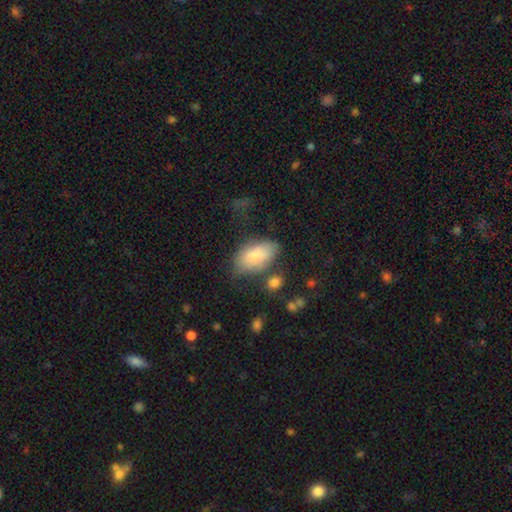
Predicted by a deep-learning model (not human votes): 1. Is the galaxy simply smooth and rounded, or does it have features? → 81% smooth, 12% featured or disk, 7% star or artifact.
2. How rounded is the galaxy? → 93% in between, 4% round, 2% cigar-shaped.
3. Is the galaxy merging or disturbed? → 59% none, 24% minor disturbance, 9% major disturbance, 8% merger.